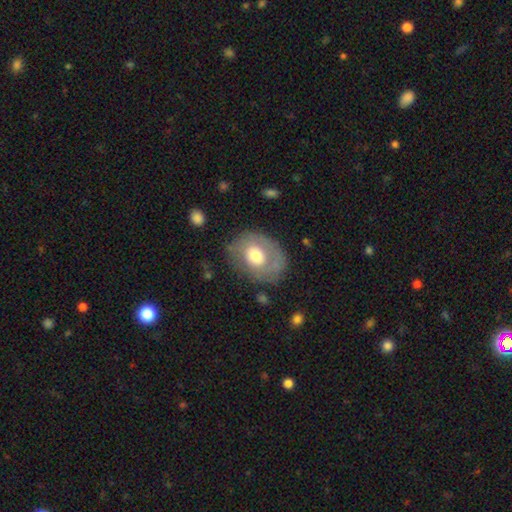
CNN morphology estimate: Q: Smooth or featured?
A: smooth (54%); runner-up: featured or disk (40%)
Q: How rounded?
A: in between (58%); runner-up: round (41%)
Q: Merging?
A: none (65%); runner-up: minor disturbance (22%)